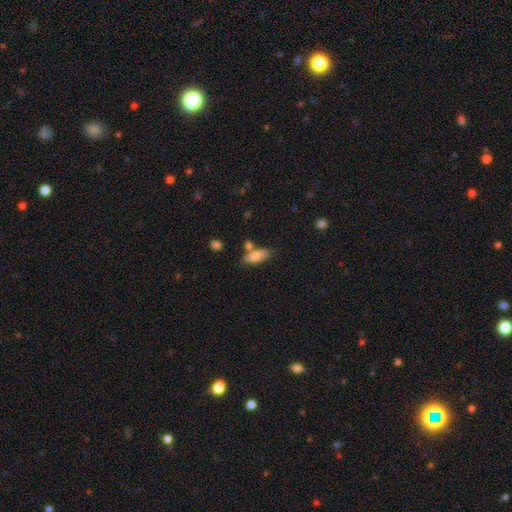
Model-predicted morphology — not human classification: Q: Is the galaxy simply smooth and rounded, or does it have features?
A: smooth — 83%.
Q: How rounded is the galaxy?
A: in between — 80%.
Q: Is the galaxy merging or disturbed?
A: none — 64%.